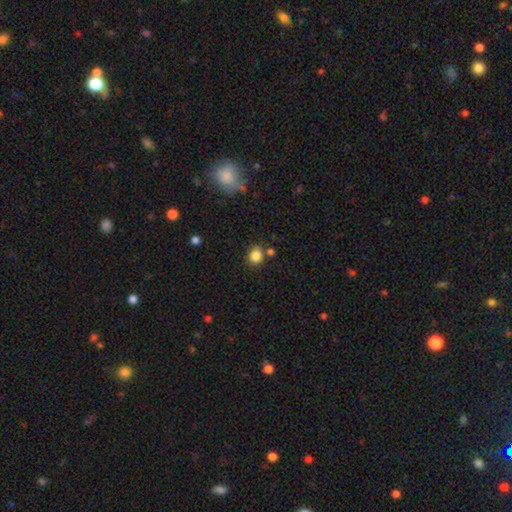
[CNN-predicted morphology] This appears to be a smooth galaxy with no disk features (85%) that is round (76%). Merging: none (74%).